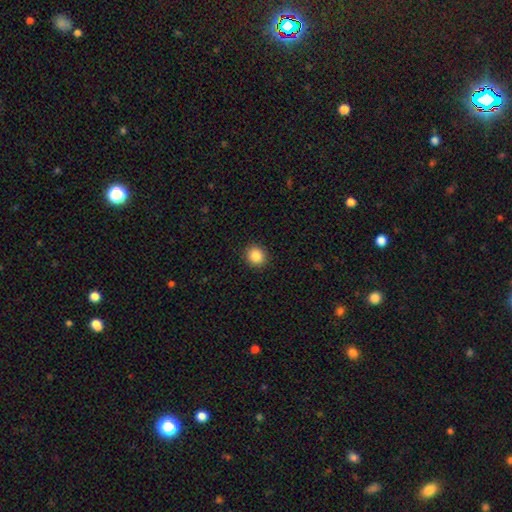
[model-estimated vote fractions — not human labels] Smooth or featured: smooth — 86% (star or artifact — 10%)
How rounded: round — 85% (in between — 14%)
Merging: none — 92% (minor disturbance — 5%)